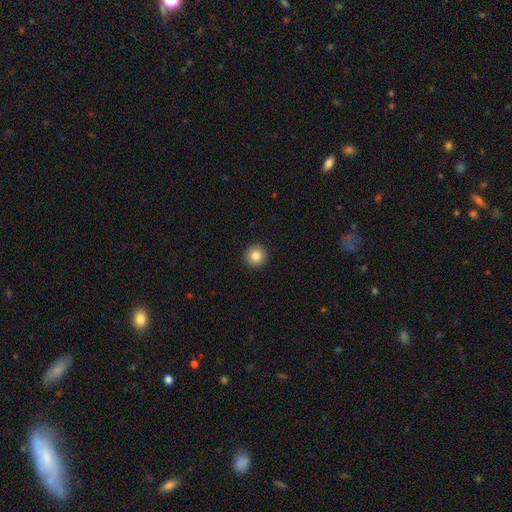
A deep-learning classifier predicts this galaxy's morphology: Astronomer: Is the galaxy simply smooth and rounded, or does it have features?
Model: smooth — 84%.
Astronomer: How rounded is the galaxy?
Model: round — 96%.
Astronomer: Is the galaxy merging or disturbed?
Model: none — 93%.